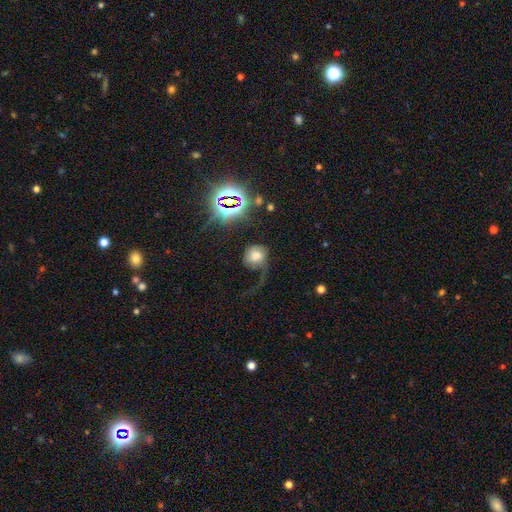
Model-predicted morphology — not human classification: type=smooth (49%); merging=major disturbance (46%).